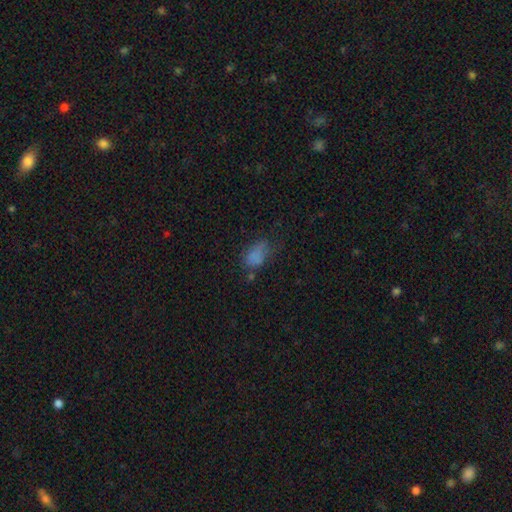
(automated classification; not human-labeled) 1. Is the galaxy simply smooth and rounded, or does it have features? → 72% smooth, 15% star or artifact, 13% featured or disk.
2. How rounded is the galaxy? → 88% in between, 10% round, 3% cigar-shaped.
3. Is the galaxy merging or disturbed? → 40% none, 29% minor disturbance, 24% major disturbance, 7% merger.